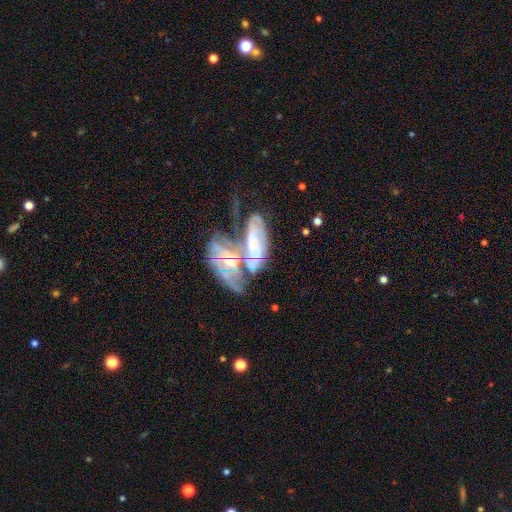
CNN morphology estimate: Smooth or featured? Predicted: featured or disk (p=0.62). Edge-on disk? Predicted: no (p=0.88). Bar? Predicted: no (p=0.65). Spiral arms? Predicted: yes (p=0.64). Bulge size? Predicted: small (p=0.39). Merging? Predicted: merger (p=0.55).